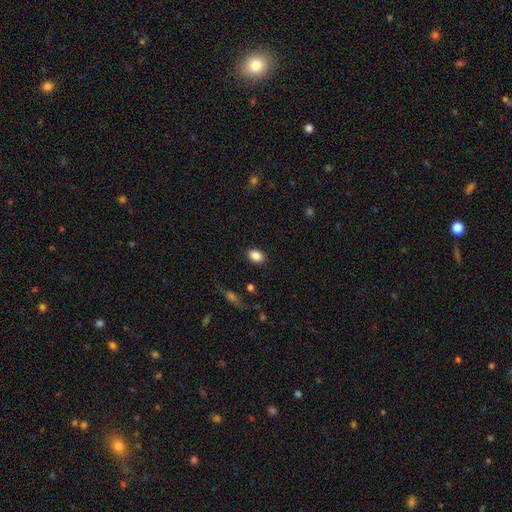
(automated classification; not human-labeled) This is clearly a smooth galaxy (87%). How rounded: likely in between (71%). Merging: clearly none (87%).